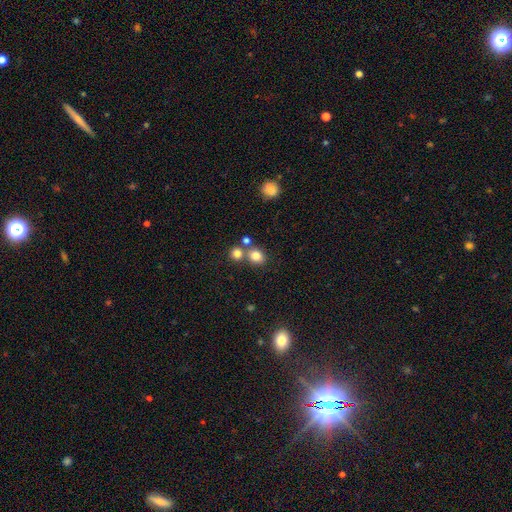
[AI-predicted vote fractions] A smooth galaxy with no disk features (81%) that is round (69%).

Vote fractions:
- Smooth or featured? smooth: 81% / star or artifact: 12% / featured or disk: 7%
- How rounded? round: 69% / in between: 30% / cigar-shaped: 1%
- Merging? none: 61% / merger: 27% / minor disturbance: 9% / major disturbance: 3%